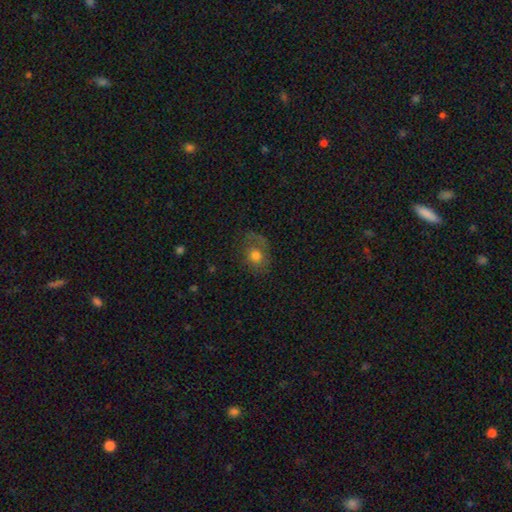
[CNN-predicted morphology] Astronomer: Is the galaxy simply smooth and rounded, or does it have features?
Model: smooth — 67%.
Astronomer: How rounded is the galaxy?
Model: round — 53% (runner-up: in between, 46%).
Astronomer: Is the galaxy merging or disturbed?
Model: none — 56%.